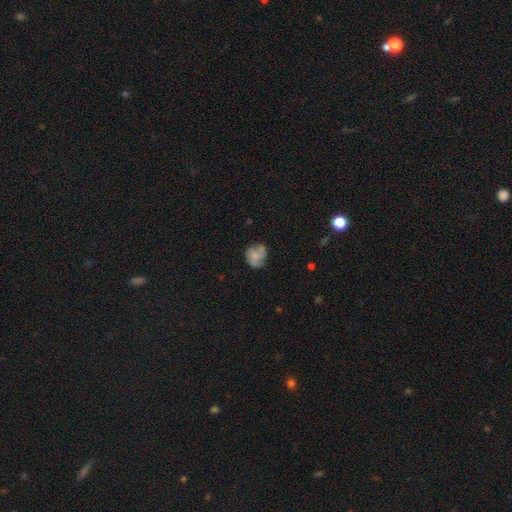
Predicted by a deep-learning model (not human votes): Overall: smooth (46%; featured or disk 45%). Merging: none (53%; minor disturbance 27%).